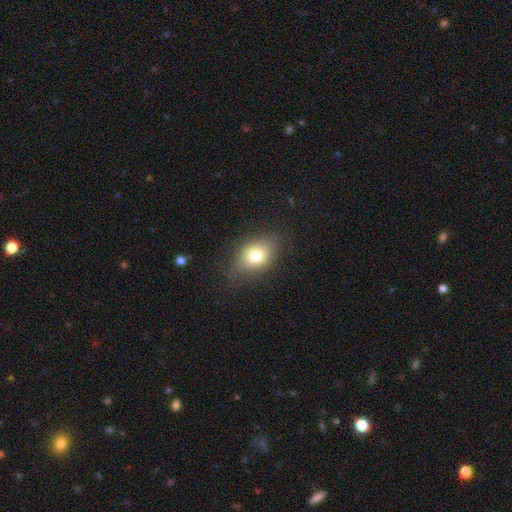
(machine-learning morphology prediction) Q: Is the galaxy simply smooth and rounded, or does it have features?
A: smooth — 75%.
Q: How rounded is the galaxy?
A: in between — 73%.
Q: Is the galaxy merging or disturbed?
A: none — 78%.